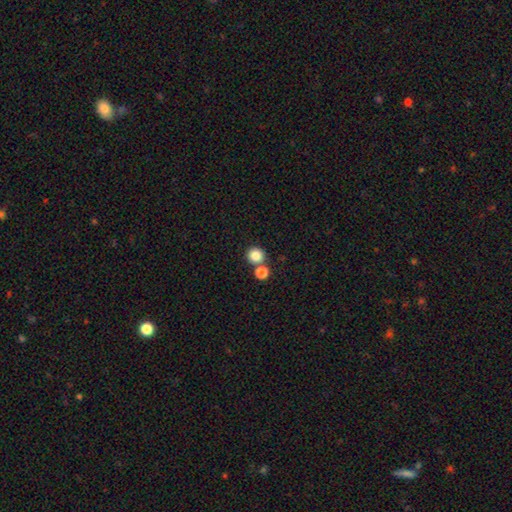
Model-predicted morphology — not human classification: This appears to be a smooth galaxy with no disk features (84%) that is round (92%). Merging: none (68%).